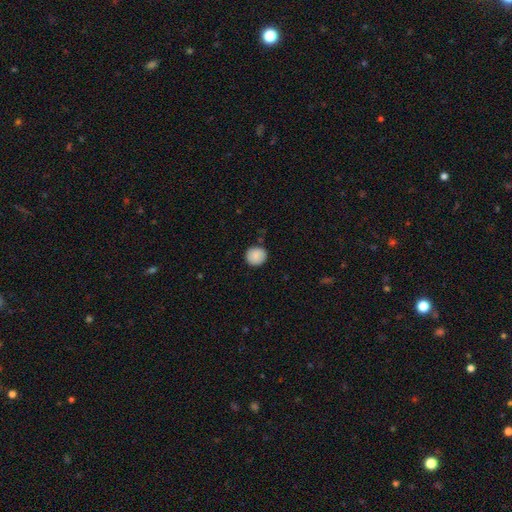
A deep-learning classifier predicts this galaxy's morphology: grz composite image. It shows a smooth galaxy with no disk features (88%) that is round (91%). Merging: none (87%).